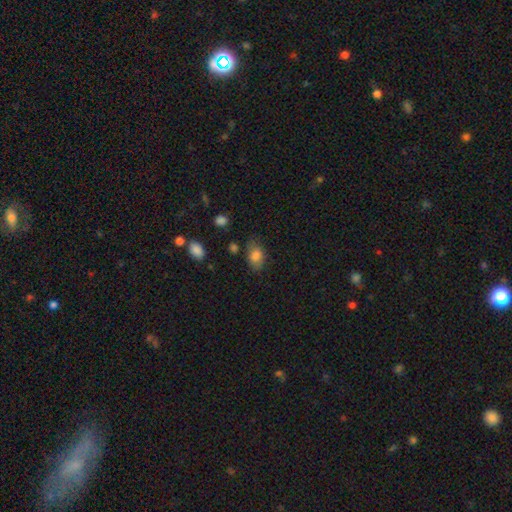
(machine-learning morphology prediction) Smooth or featured? smooth (75%)
How rounded? in between (83%)
Merging? none (67%)